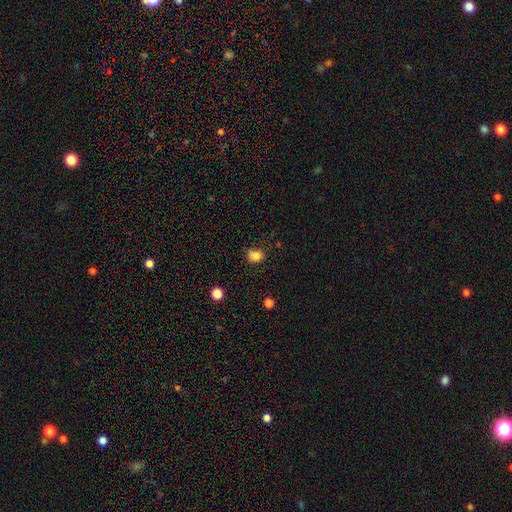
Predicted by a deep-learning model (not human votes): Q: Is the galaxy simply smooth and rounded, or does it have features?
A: smooth — 79%.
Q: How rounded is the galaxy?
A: round — 69%.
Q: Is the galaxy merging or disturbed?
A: none — 64%.